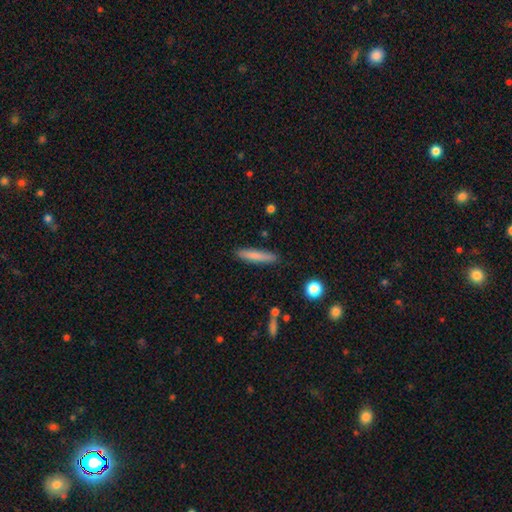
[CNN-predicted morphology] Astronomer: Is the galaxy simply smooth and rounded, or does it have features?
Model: smooth — 78%.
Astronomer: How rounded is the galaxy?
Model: cigar-shaped — 90%.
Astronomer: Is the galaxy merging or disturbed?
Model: none — 88%.